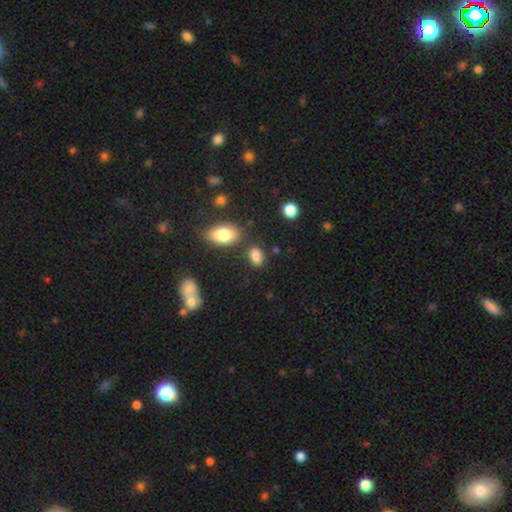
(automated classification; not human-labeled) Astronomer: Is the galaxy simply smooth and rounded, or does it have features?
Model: smooth — 84%.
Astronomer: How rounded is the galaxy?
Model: in between — 85%.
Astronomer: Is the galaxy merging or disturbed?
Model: none — 73%.